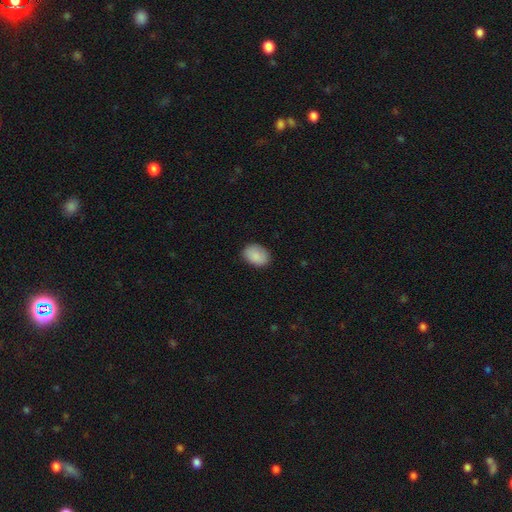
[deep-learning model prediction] Smooth or featured: smooth — 89% (star or artifact — 7%)
How rounded: in between — 74% (round — 25%)
Merging: none — 84% (minor disturbance — 13%)